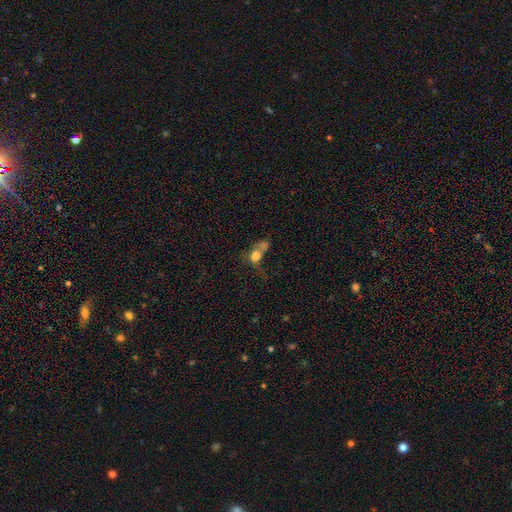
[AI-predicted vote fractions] Overall: smooth (64%). How rounded: in between (51%; round 46%). Merging: merger (42%; major disturbance 28%).